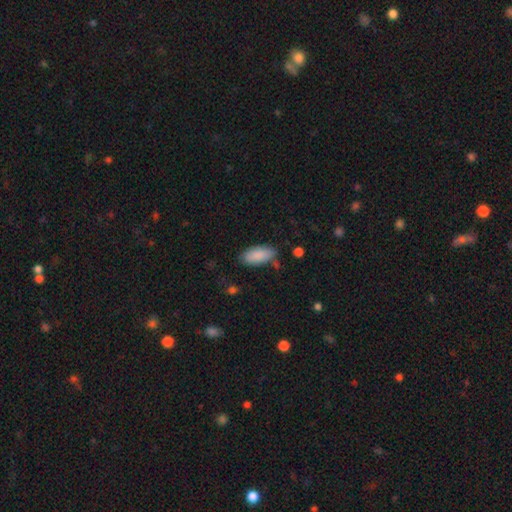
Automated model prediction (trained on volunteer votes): The model was most divided on "merging": none: 76%, minor disturbance: 17%, major disturbance: 4%, merger: 3%. More confident: smooth or featured — smooth (88%); how rounded — in between (88%).